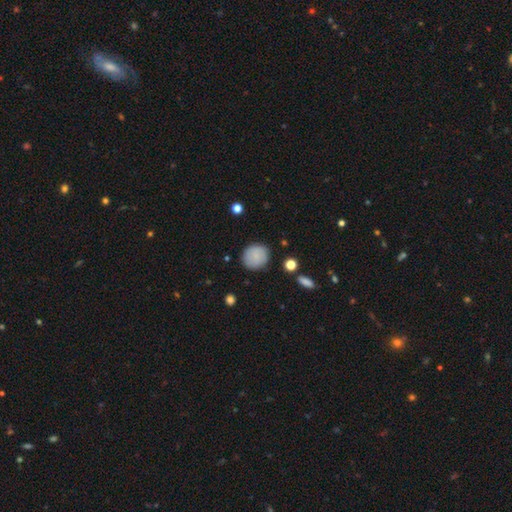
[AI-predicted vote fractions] smooth-or-featured: smooth: 82% | featured or disk: 10% | star or artifact: 7%
  how-rounded: round: 86% | in between: 13% | cigar-shaped: 1%
  merging: none: 85% | minor disturbance: 10% | major disturbance: 3% | merger: 2%